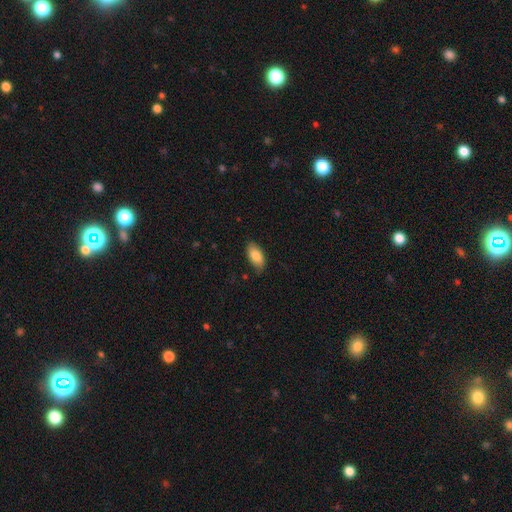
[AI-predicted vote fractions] Morphology: type=smooth (86%); roundness=in between (92%); merging=none (80%).